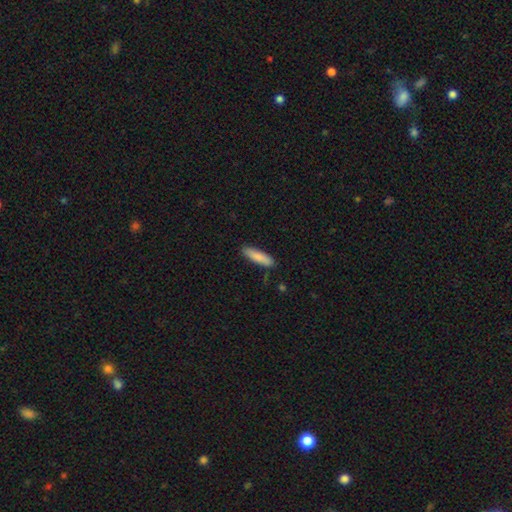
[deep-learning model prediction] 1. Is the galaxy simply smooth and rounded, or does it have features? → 85% smooth, 10% featured or disk, 6% star or artifact.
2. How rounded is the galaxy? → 76% cigar-shaped, 23% in between, 1% round.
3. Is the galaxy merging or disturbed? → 88% none, 9% minor disturbance, 2% major disturbance, 1% merger.